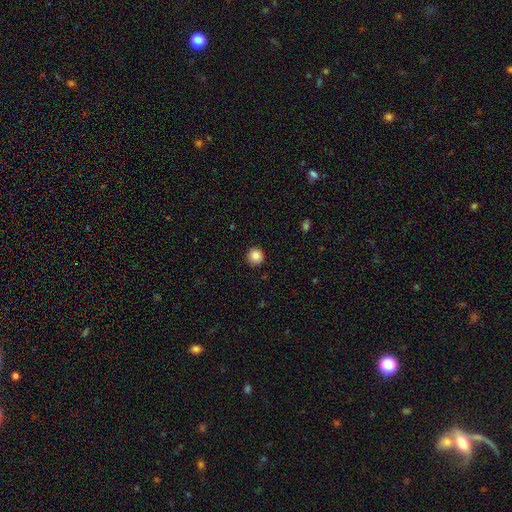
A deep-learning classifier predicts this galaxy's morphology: Q: Smooth or featured?
A: smooth (86%); runner-up: star or artifact (10%)
Q: How rounded?
A: round (95%); runner-up: in between (5%)
Q: Merging?
A: none (91%); runner-up: minor disturbance (6%)